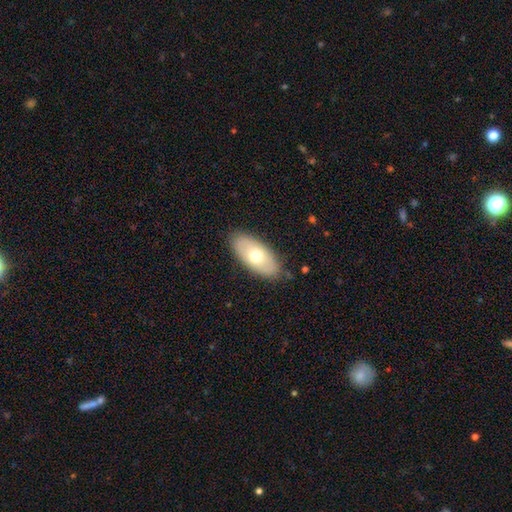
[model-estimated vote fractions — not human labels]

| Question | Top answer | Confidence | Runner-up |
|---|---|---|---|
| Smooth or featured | smooth | 65% | featured or disk (30%) |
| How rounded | in between | 92% | cigar-shaped (5%) |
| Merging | none | 85% | minor disturbance (11%) |